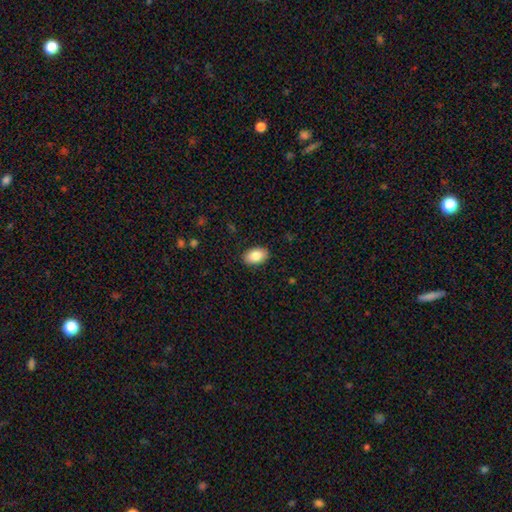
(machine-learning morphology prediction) Smooth or featured?
  - smooth: 86% *
  - featured or disk: 7%
  - star or artifact: 7%
How rounded?
  - in between: 91% *
  - round: 7%
  - cigar-shaped: 1%
Merging?
  - none: 89% *
  - minor disturbance: 8%
  - major disturbance: 2%
  - merger: 1%